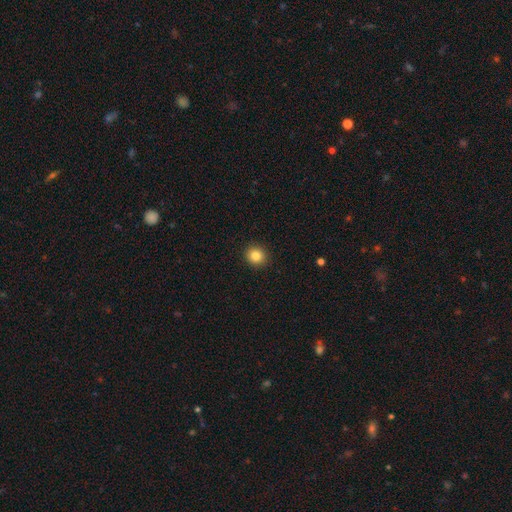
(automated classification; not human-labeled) Overall: smooth (84%). How rounded: round (88%). Merging: none (92%).